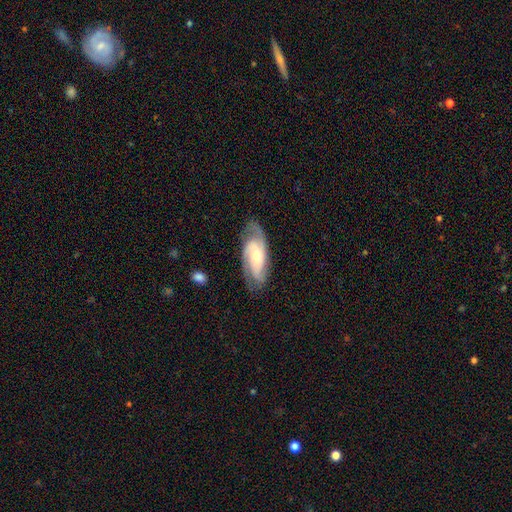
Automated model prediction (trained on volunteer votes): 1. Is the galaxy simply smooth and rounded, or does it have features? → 81% featured or disk, 14% smooth, 5% star or artifact.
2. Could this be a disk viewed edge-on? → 93% no, 7% yes.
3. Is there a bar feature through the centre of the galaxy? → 60% no, 30% weak, 11% strong.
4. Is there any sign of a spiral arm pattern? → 96% yes, 4% no.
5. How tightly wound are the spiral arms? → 45% medium, 40% tight, 15% loose.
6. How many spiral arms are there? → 47% 2, 29% 3, 13% can't tell, 5% 4, 4% 1, 3% more than 4.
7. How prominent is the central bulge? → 50% small, 44% moderate, 3% large, 1% none, 1% dominant.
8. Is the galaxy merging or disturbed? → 75% none, 17% minor disturbance, 6% major disturbance, 1% merger.